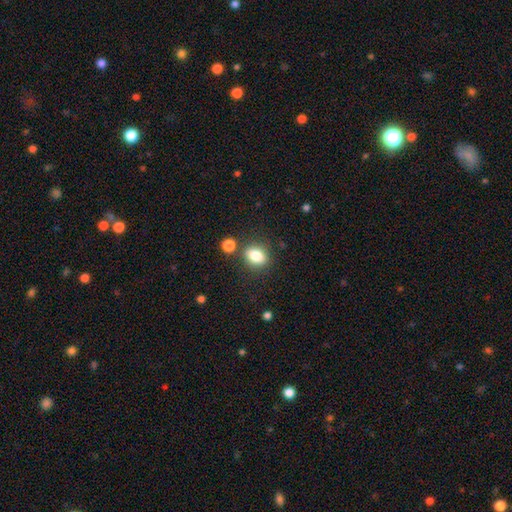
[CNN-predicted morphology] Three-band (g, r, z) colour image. It shows a smooth galaxy with no disk features (83%) that is in between round and cigar-shaped (64%). Merging: none (76%).